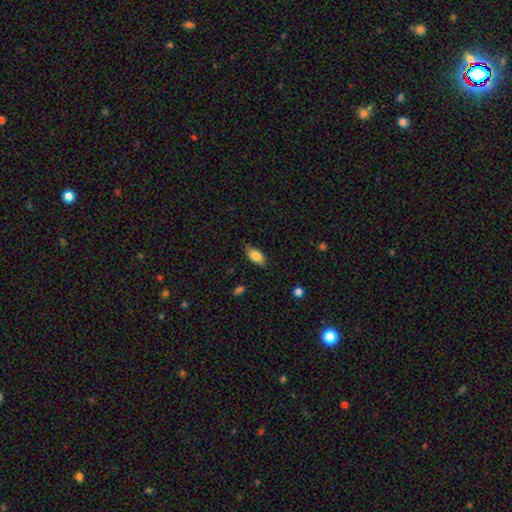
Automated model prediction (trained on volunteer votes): Q: Smooth or featured?
A: smooth (81%); runner-up: featured or disk (11%)
Q: How rounded?
A: in between (89%); runner-up: cigar-shaped (7%)
Q: Merging?
A: none (78%); runner-up: minor disturbance (18%)